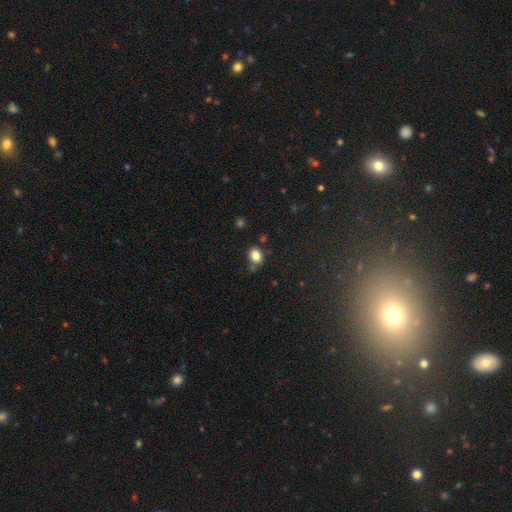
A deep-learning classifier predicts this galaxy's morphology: Smooth or featured: smooth — 83% (star or artifact — 11%)
How rounded: in between — 64% (round — 35%)
Merging: none — 73% (minor disturbance — 15%)